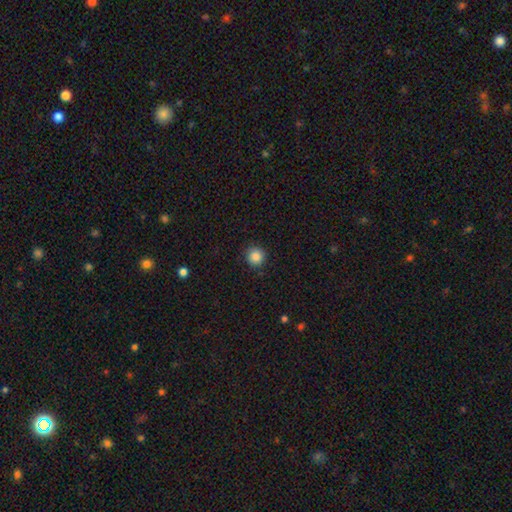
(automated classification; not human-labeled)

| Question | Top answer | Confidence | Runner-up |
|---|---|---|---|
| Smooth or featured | smooth | 86% | star or artifact (10%) |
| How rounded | round | 94% | in between (5%) |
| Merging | none | 89% | minor disturbance (7%) |